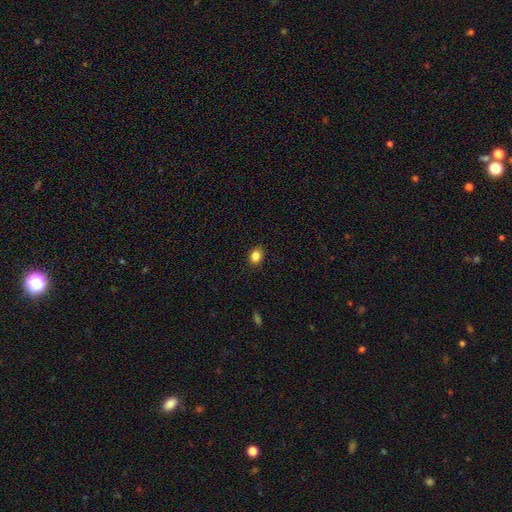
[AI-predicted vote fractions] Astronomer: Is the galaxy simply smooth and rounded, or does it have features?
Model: smooth — 84%.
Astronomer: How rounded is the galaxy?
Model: round — 57% (runner-up: in between, 42%).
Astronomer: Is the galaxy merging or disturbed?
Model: none — 88%.